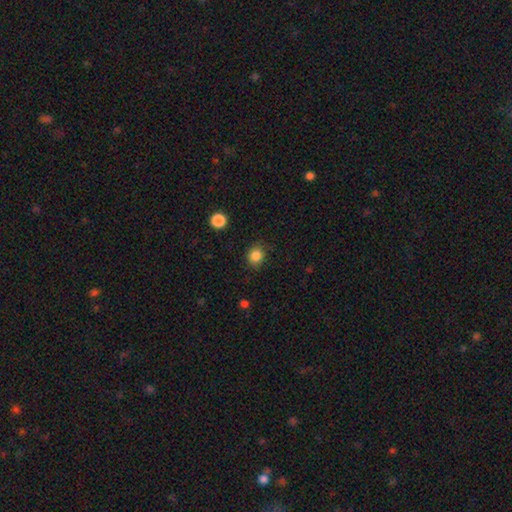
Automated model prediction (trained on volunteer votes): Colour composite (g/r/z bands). It shows a smooth galaxy with no disk features (85%) that is round (80%). Merging: none (84%).